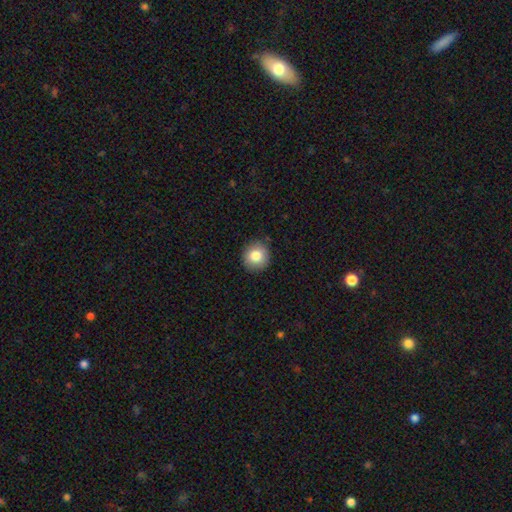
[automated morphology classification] A smooth galaxy with no disk features (83%) that is round (91%).

Vote fractions:
- Smooth or featured? smooth: 83% / star or artifact: 9% / featured or disk: 8%
- How rounded? round: 91% / in between: 8% / cigar-shaped: 1%
- Merging? none: 89% / minor disturbance: 8% / major disturbance: 2% / merger: 1%